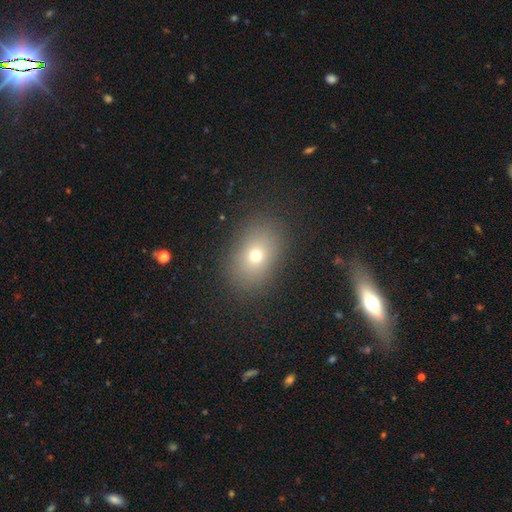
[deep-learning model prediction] smooth 70%, featured or disk 15%, star or artifact 15%. Down the decision tree: how rounded — in between (71%); merging — none (84%).